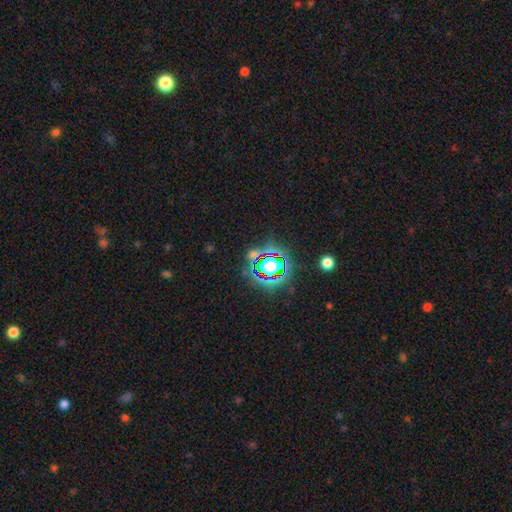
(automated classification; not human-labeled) smooth-or-featured: star or artifact: 76% | smooth: 16% | featured or disk: 9%